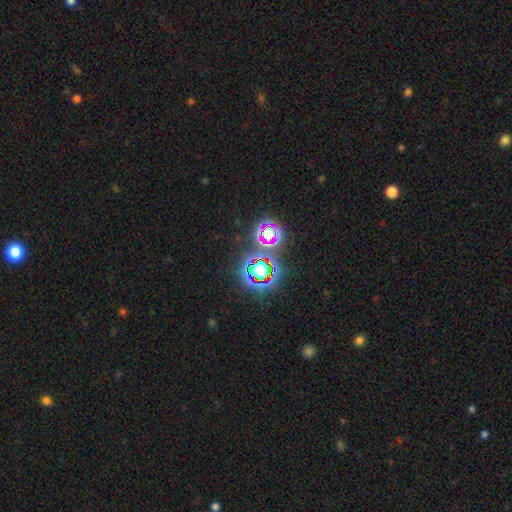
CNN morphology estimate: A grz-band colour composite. It shows a star or artifact, not a galaxy (76%).